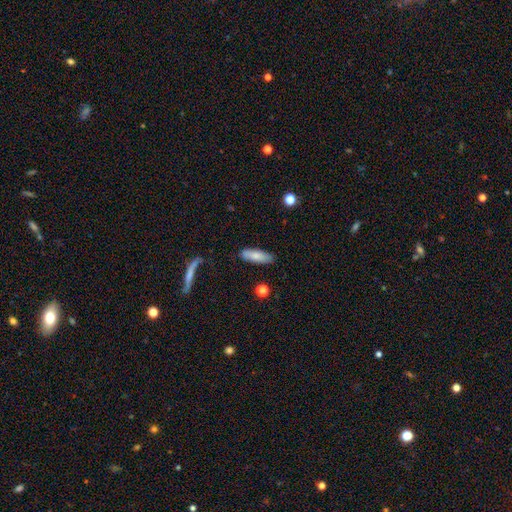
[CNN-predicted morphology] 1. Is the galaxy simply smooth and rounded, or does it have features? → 78% smooth, 15% featured or disk, 6% star or artifact.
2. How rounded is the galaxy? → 50% in between, 48% cigar-shaped, 2% round.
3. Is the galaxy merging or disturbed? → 82% none, 13% minor disturbance, 3% major disturbance, 2% merger.